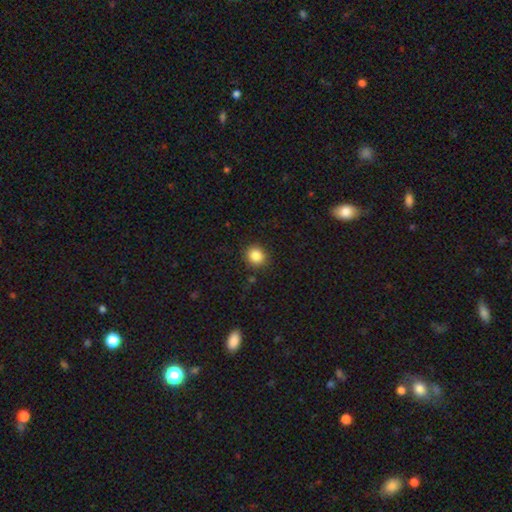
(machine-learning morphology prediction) Smooth or featured: smooth — 86% (star or artifact — 10%)
How rounded: round — 78% (in between — 22%)
Merging: none — 88% (minor disturbance — 8%)